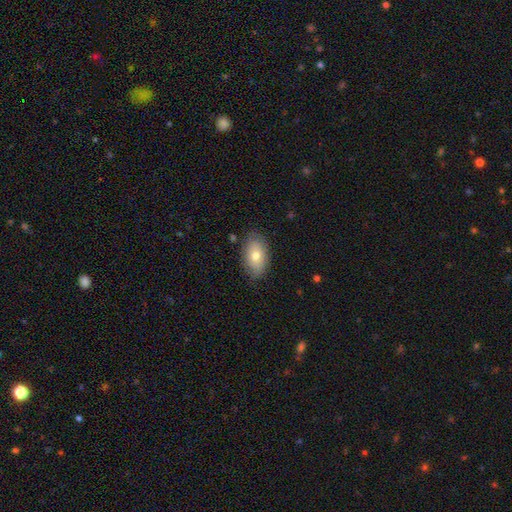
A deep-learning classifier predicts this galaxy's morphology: Smooth or featured? smooth (75%)
How rounded? in between (91%)
Merging? none (83%)